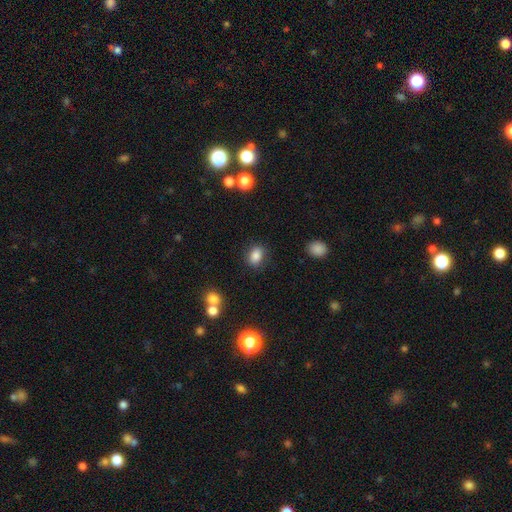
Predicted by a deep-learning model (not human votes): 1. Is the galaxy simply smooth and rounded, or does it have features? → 84% smooth, 10% star or artifact, 6% featured or disk.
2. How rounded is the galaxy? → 70% in between, 29% round, 1% cigar-shaped.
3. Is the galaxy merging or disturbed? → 83% none, 11% minor disturbance, 3% major disturbance, 3% merger.